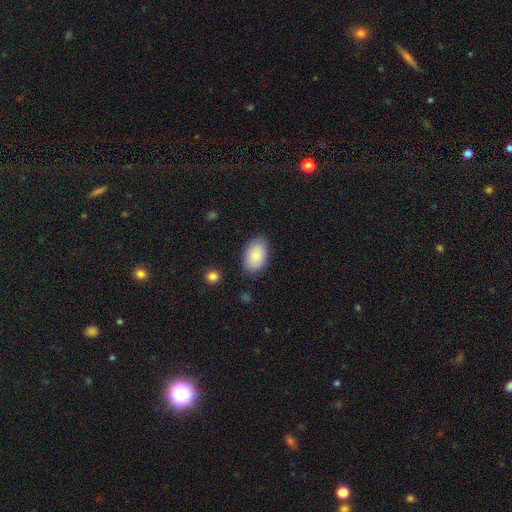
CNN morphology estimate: type=smooth (85%); roundness=in between (91%); merging=none (82%).